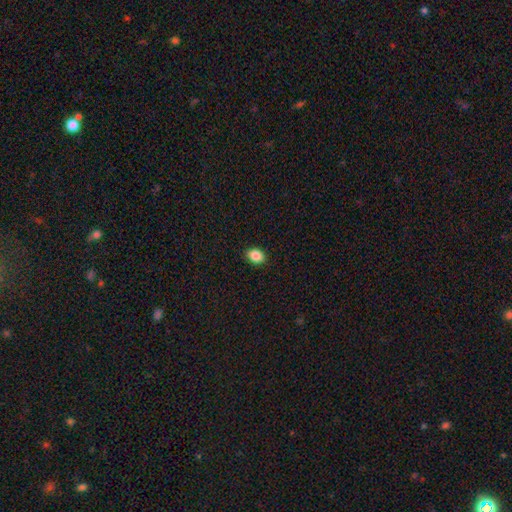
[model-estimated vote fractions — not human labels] A smooth galaxy with no disk features (87%) that is in between round and cigar-shaped (70%).

Vote fractions:
- Smooth or featured? smooth: 87% / star or artifact: 9% / featured or disk: 4%
- How rounded? in between: 70% / round: 29% / cigar-shaped: 1%
- Merging? none: 90% / minor disturbance: 7% / major disturbance: 2% / merger: 1%